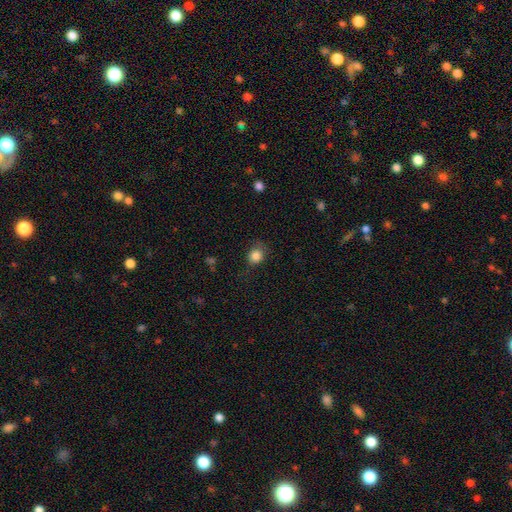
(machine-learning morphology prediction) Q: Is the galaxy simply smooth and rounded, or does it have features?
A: smooth — 85%.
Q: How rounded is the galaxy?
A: round — 74%.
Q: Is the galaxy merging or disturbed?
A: none — 71%.